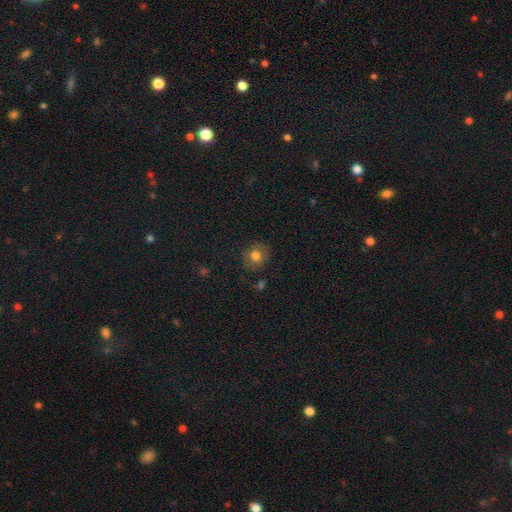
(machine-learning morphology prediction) Smooth or featured?
  - smooth: 77% *
  - featured or disk: 11%
  - star or artifact: 11%
How rounded?
  - round: 79% *
  - in between: 20%
  - cigar-shaped: 1%
Merging?
  - none: 80% *
  - minor disturbance: 13%
  - major disturbance: 4%
  - merger: 2%